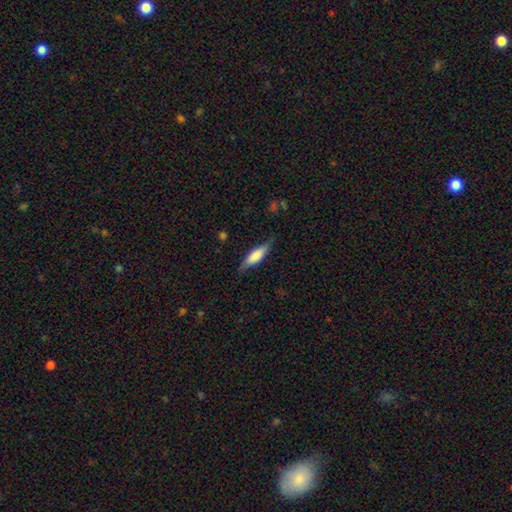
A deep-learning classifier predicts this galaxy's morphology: A smooth galaxy with no disk features (67%) that is cigar-shaped (50%).

Vote fractions:
- Smooth or featured? smooth: 67% / featured or disk: 27% / star or artifact: 6%
- How rounded? cigar-shaped: 50% / in between: 48% / round: 2%
- Merging? none: 73% / minor disturbance: 21% / major disturbance: 5% / merger: 1%